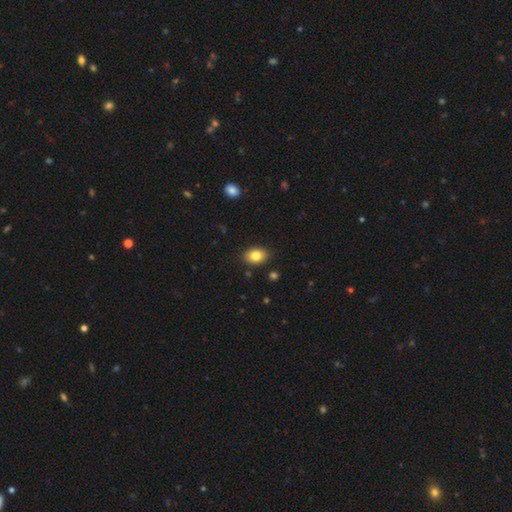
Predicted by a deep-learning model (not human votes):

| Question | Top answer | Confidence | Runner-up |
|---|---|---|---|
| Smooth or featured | smooth | 83% | star or artifact (9%) |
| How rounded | in between | 71% | round (28%) |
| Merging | none | 87% | minor disturbance (9%) |